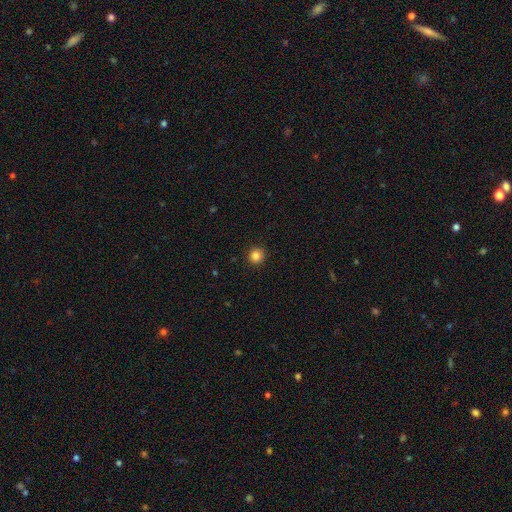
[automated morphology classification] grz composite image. It shows a smooth galaxy with no disk features (85%) that is round (94%). Merging: none (93%).